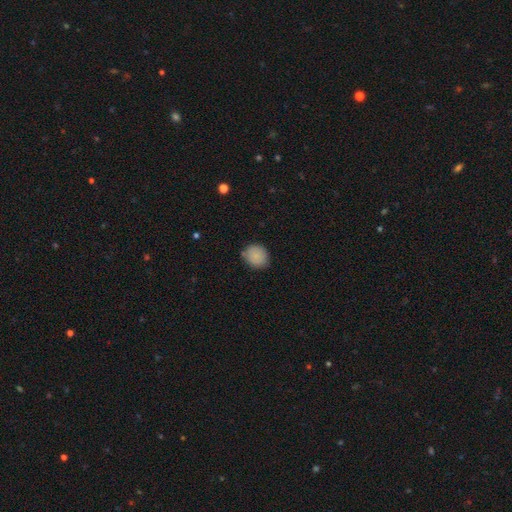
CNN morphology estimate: Overall: smooth (84%). How rounded: round (70%). Merging: none (79%).